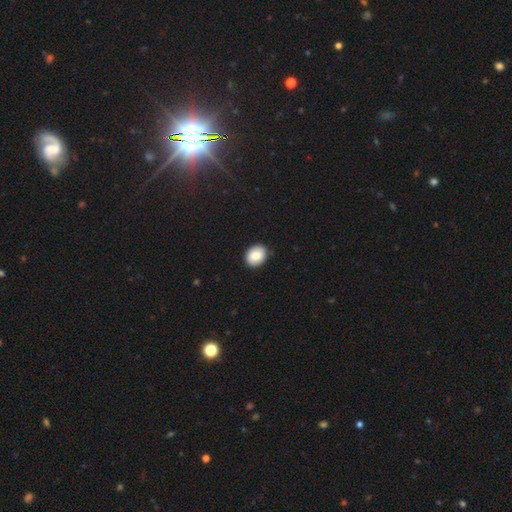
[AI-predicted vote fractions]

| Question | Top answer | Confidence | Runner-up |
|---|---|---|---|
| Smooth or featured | smooth | 86% | star or artifact (7%) |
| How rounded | in between | 52% | round (47%) |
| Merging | none | 89% | minor disturbance (8%) |